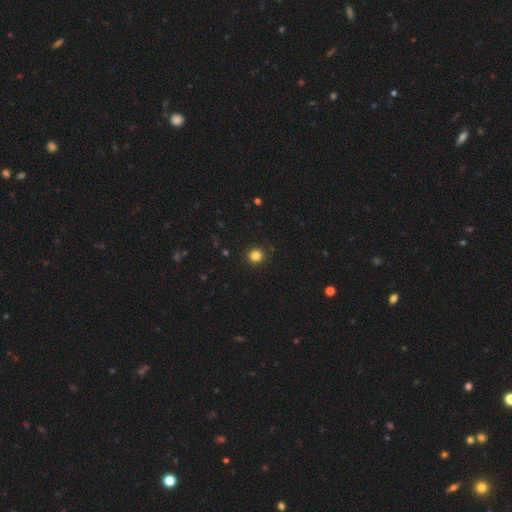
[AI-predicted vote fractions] This appears to be a smooth galaxy with no disk features (83%) that is round (93%). Merging: none (92%).